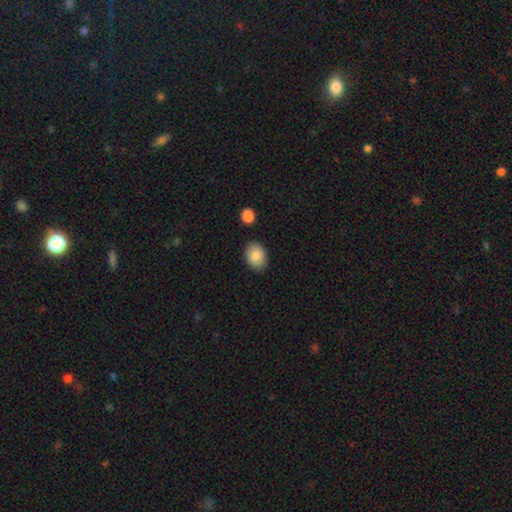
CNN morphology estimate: This is clearly a smooth galaxy (87%). How rounded: likely in between (68%). Merging: clearly none (85%).